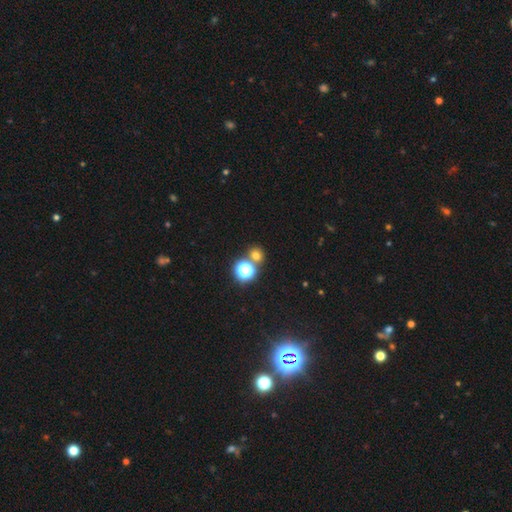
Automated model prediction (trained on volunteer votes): A smooth galaxy with no disk features (65%) that is round (83%). Merging: none (71%).